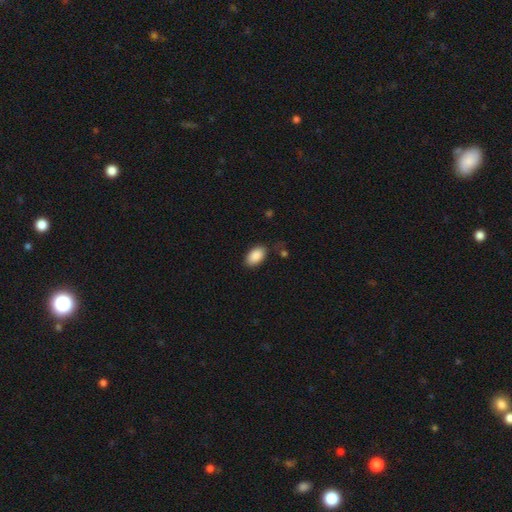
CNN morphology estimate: A smooth galaxy with no disk features (89%) that is in between round and cigar-shaped (94%). Merging: none (81%).